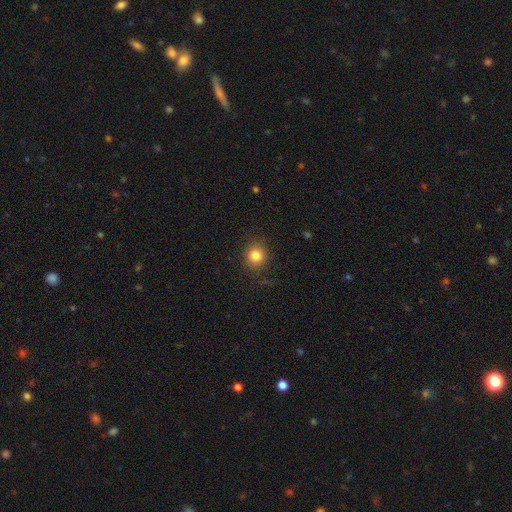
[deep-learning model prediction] Smooth or featured: smooth — 83% (star or artifact — 12%)
How rounded: round — 87% (in between — 12%)
Merging: none — 87% (minor disturbance — 9%)